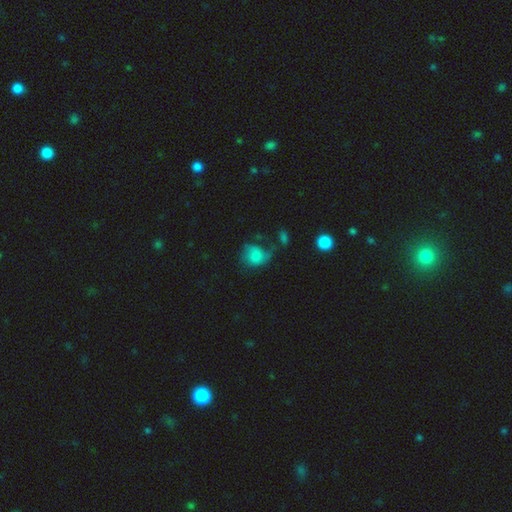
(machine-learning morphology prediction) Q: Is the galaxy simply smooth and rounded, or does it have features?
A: smooth — 60%.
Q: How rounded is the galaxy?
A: round — 60%.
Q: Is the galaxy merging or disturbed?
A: major disturbance — 33%, tied with none.